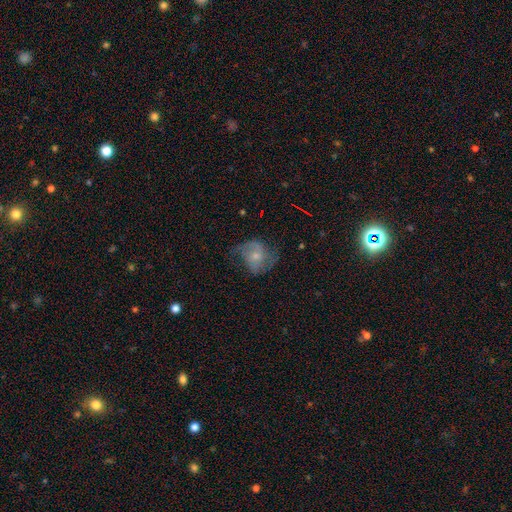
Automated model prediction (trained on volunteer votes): smooth-or-featured: featured or disk: 64% | smooth: 28% | star or artifact: 8%
  disk-edge-on: no: 97% | yes: 3%
    bar: no: 64% | weak: 30% | strong: 6%
    has-spiral-arms: yes: 87% | no: 13%
      spiral-winding: medium: 43% | loose: 42% | tight: 15%
      spiral-arm-count: 2: 79% | can't tell: 9% | 1: 7% | 3: 2% | 4: 1% | more than 4: 1%
    bulge-size: small: 58% | moderate: 32% | none: 6% | large: 3% | dominant: 1%
  merging: none: 53% | minor disturbance: 25% | major disturbance: 21% | merger: 2%